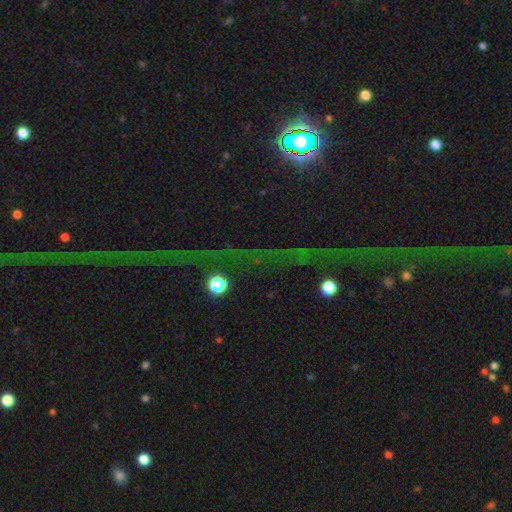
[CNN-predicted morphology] smooth-or-featured: star or artifact: 79% | featured or disk: 12% | smooth: 9%